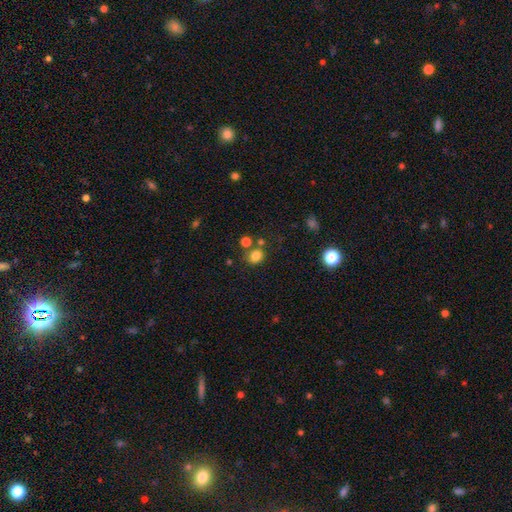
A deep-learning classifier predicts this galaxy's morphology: smooth-or-featured: smooth: 80% | star or artifact: 14% | featured or disk: 6%
  how-rounded: round: 72% | in between: 27% | cigar-shaped: 1%
  merging: none: 69% | merger: 15% | minor disturbance: 12% | major disturbance: 4%